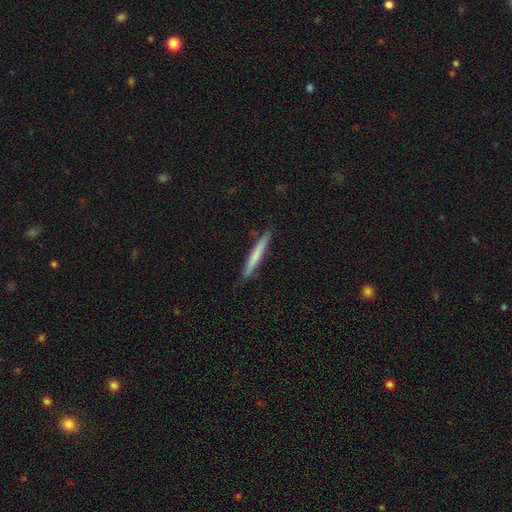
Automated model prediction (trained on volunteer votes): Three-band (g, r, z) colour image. It shows a smooth galaxy with no disk features (65%) that is cigar-shaped (96%). Merging: none (88%).